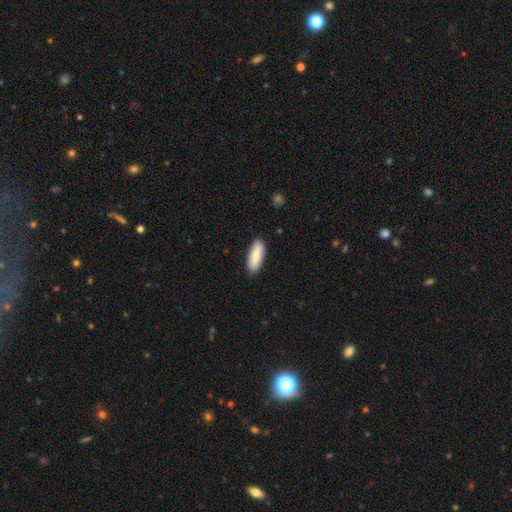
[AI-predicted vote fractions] smooth_or_featured: smooth (p=0.81) [alt: featured or disk p=0.14]
how_rounded: in between (p=0.67) [alt: cigar-shaped p=0.31]
merging: none (p=0.85) [alt: minor disturbance p=0.12]